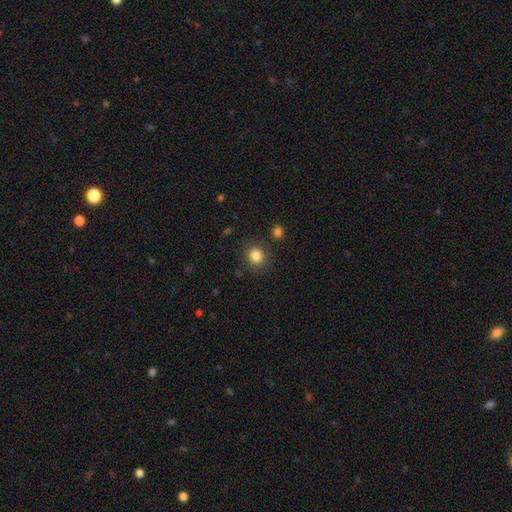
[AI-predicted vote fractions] Smooth or featured? Predicted: smooth (p=0.84). How rounded? Predicted: round (p=0.79). Merging? Predicted: none (p=0.85).